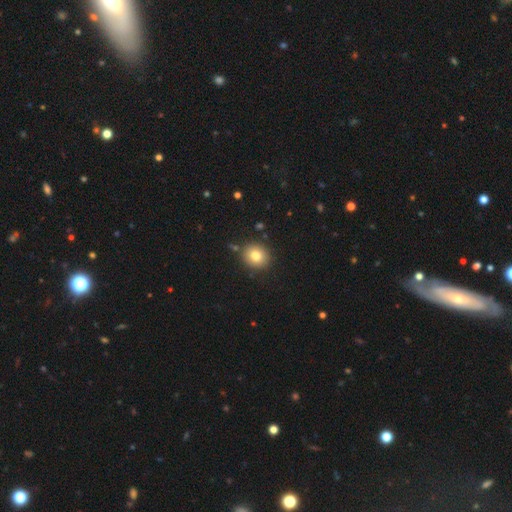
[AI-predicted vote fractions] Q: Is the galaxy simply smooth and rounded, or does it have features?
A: smooth — 79%.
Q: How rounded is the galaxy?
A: round — 80%.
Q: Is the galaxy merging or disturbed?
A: none — 87%.